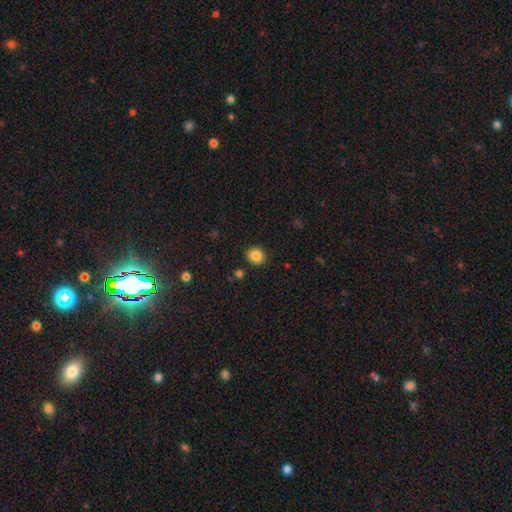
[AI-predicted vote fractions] Smooth or featured? smooth (87%)
How rounded? round (71%)
Merging? none (89%)